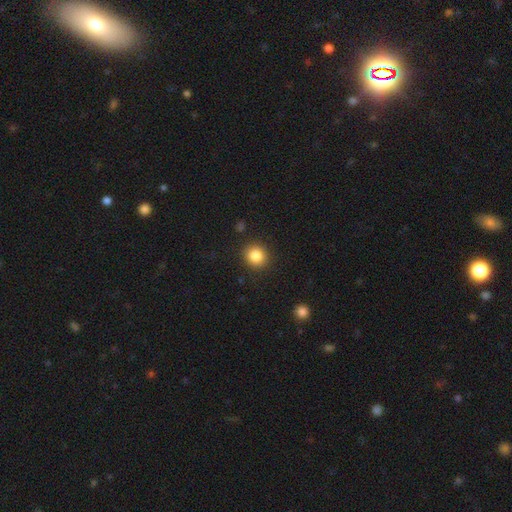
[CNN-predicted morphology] Q: Smooth or featured?
A: smooth (85%); runner-up: star or artifact (10%)
Q: How rounded?
A: round (86%); runner-up: in between (13%)
Q: Merging?
A: none (89%); runner-up: minor disturbance (7%)